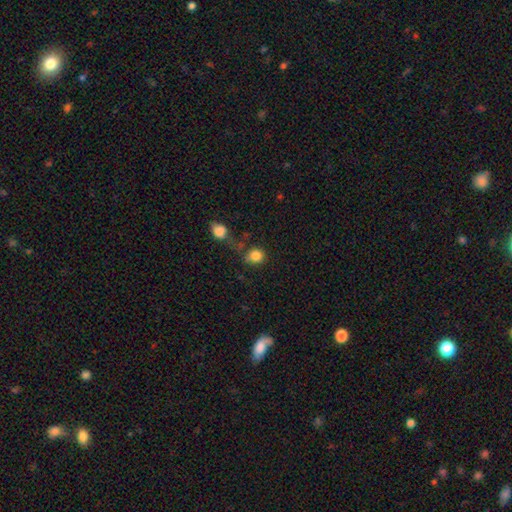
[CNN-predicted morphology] Smooth or featured? Predicted: smooth (p=0.84). How rounded? Predicted: round (p=0.79). Merging? Predicted: none (p=0.58).